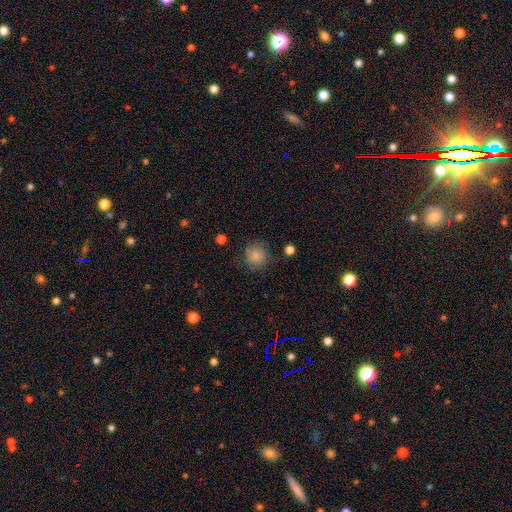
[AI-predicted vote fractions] Smooth or featured? smooth (84%)
How rounded? round (90%)
Merging? none (79%)